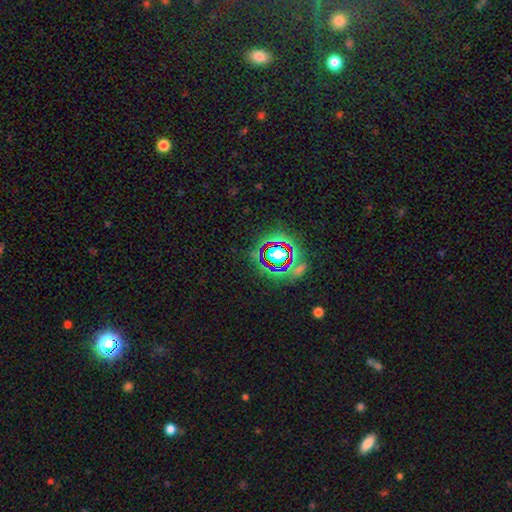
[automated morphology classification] This appears to be a star or artifact, not a galaxy (78%).